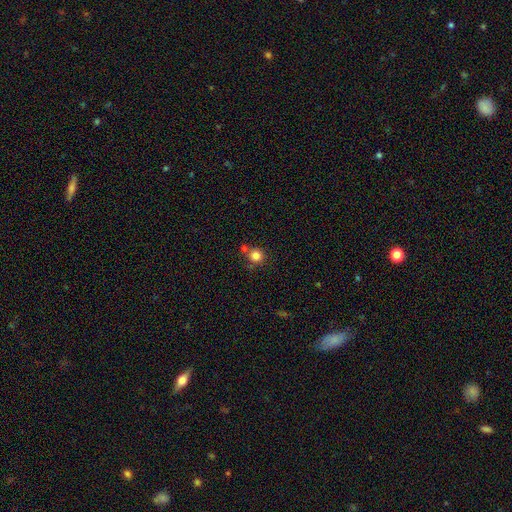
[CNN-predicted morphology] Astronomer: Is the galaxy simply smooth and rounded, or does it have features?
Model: smooth — 83%.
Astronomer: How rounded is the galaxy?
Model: round — 92%.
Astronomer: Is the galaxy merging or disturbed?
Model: none — 70%.